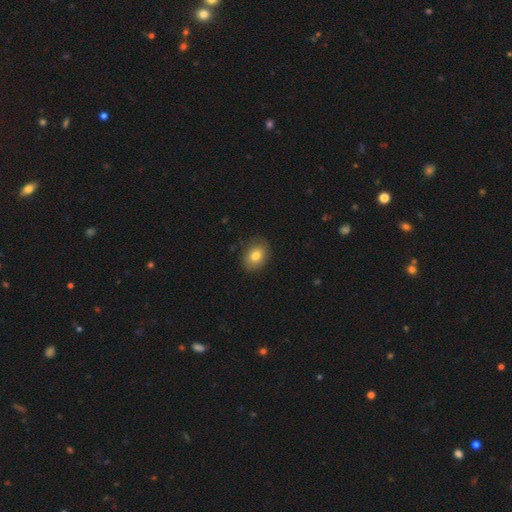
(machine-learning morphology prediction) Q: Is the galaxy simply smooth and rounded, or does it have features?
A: smooth — 80%.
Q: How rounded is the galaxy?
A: in between — 70%.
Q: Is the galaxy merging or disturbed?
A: none — 83%.